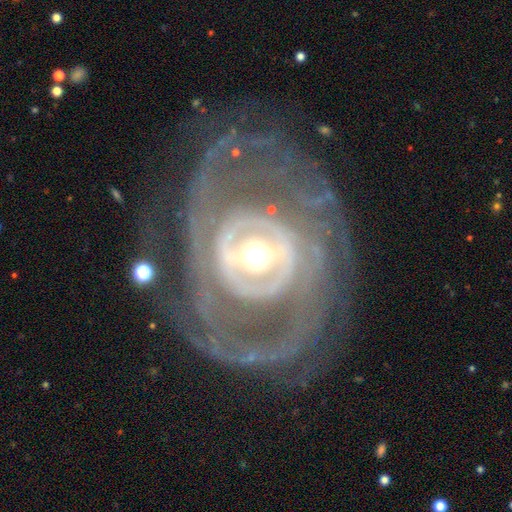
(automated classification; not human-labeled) This is clearly a featured or disk galaxy (88%). It is clearly not viewed edge-on (96%). Bar: marginally strong (40%). Spiral arm pattern: clearly yes (83%). Spiral arm count: marginally 2 (34%). Spiral winding: possibly tight (58%). Central bulge: likely moderate (63%). Merging: likely none (67%).